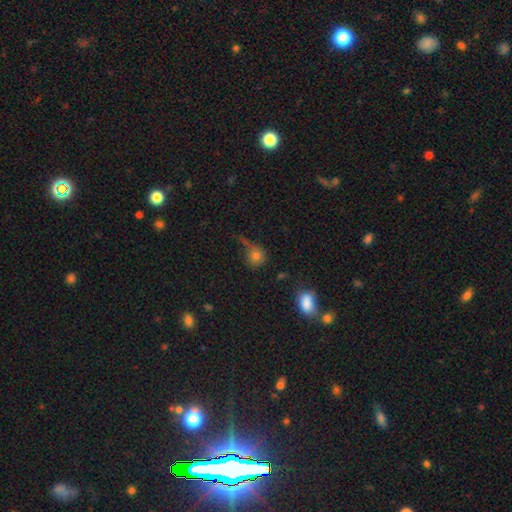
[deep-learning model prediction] smooth-or-featured: smooth: 73% | star or artifact: 14% | featured or disk: 14%
  how-rounded: round: 80% | in between: 18% | cigar-shaped: 2%
  merging: none: 43% | major disturbance: 25% | minor disturbance: 20% | merger: 12%